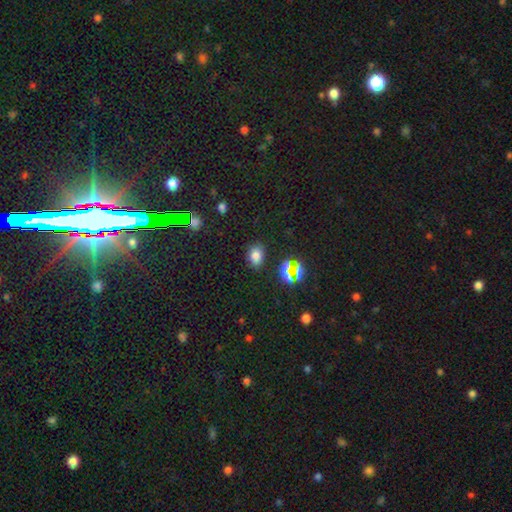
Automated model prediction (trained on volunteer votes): Smooth or featured?
  - smooth: 73% *
  - star or artifact: 20%
  - featured or disk: 6%
How rounded?
  - in between: 70% *
  - round: 29%
  - cigar-shaped: 1%
Merging?
  - none: 82% *
  - minor disturbance: 12%
  - major disturbance: 4%
  - merger: 2%